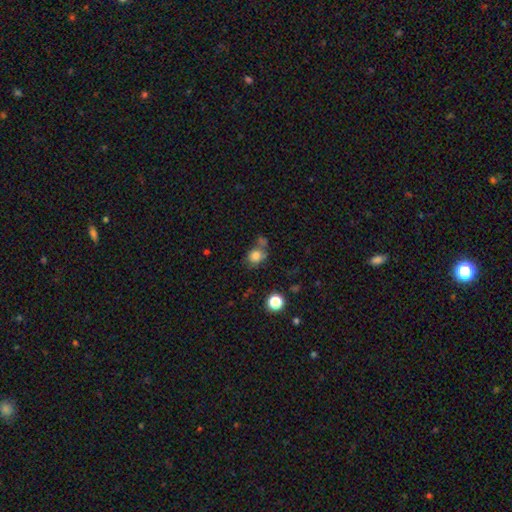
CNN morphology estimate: smooth-or-featured: smooth: 80% | star or artifact: 12% | featured or disk: 8%
  how-rounded: round: 67% | in between: 32% | cigar-shaped: 1%
  merging: none: 54% | merger: 20% | minor disturbance: 18% | major disturbance: 8%